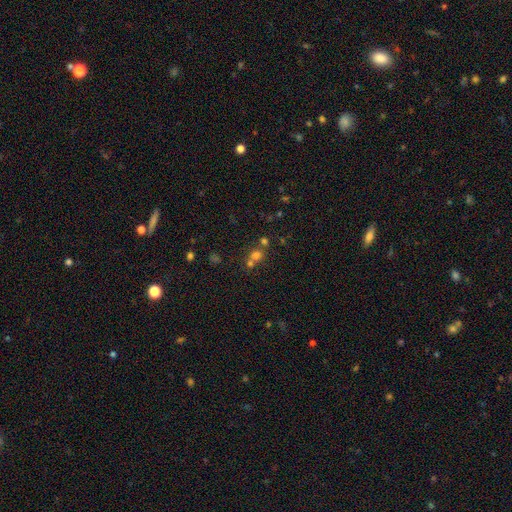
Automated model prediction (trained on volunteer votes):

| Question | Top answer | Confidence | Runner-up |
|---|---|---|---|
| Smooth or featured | smooth | 61% | star or artifact (26%) |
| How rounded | round | 83% | in between (16%) |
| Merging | none | 47% | merger (43%) |